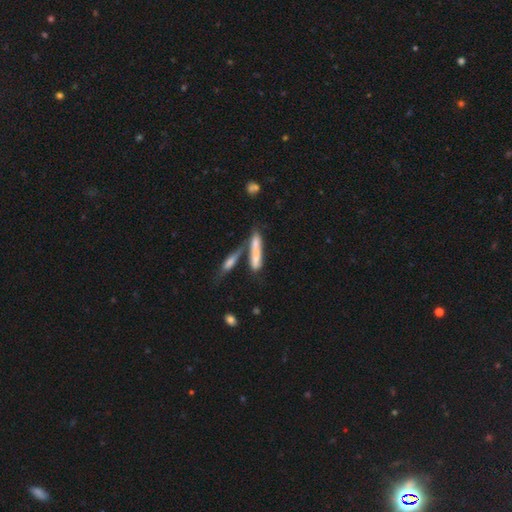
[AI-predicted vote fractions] Q: Smooth or featured?
A: smooth (67%); runner-up: featured or disk (25%)
Q: How rounded?
A: cigar-shaped (74%); runner-up: in between (24%)
Q: Merging?
A: merger (47%); runner-up: none (33%)